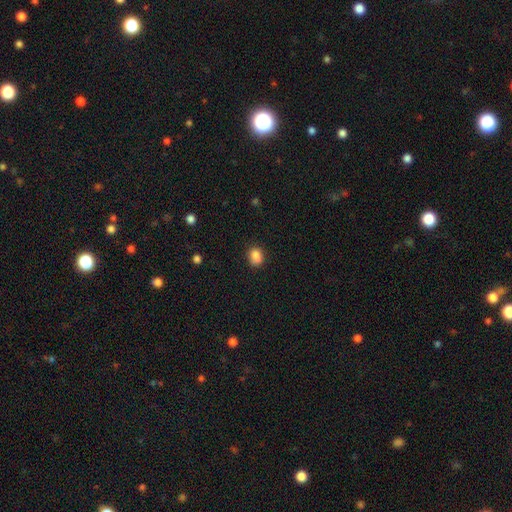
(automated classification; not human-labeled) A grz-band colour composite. It shows a smooth galaxy with no disk features (82%) that is round (60%). Merging: none (59%).